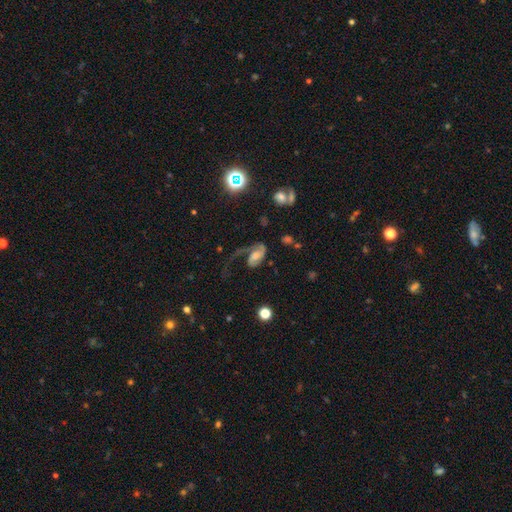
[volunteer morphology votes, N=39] Smooth or featured? 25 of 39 (64%) said featured or disk. Edge-on disk? 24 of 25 (96%) said no. Bar? 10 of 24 (42%, tied with no) said weak. Spiral arms? 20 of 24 (83%) said yes. Spiral winding? 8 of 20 (40%) said medium. Spiral arm count? 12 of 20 (60%) said 2. Bulge size? 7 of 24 (29%) said large. Merging? 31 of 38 (82%) said major disturbance.